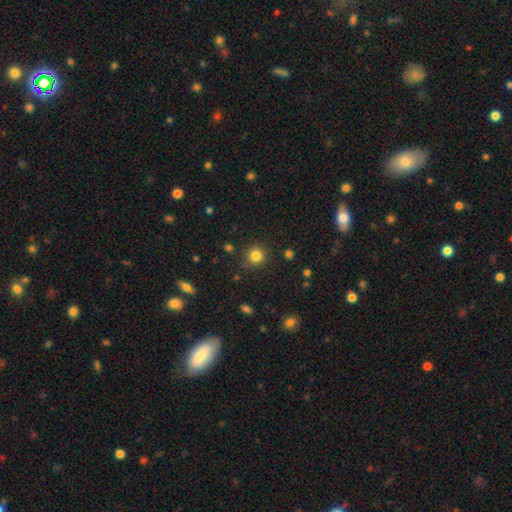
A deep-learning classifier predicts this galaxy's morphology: smooth 82%, star or artifact 13%, featured or disk 5%. Down the decision tree: how rounded — round (92%); merging — none (86%).